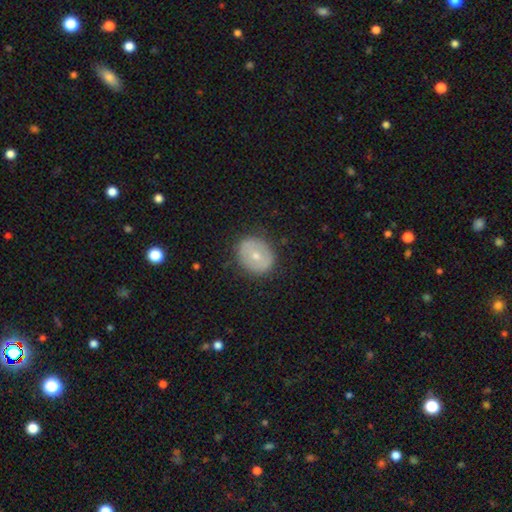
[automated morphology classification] This appears to be a smooth galaxy with no disk features (56%) that is round (64%). Merging: none (84%).